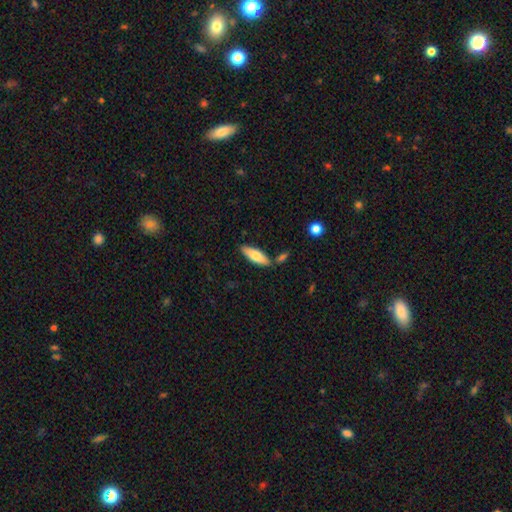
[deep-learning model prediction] Q: Smooth or featured?
A: smooth (71%); runner-up: featured or disk (24%)
Q: How rounded?
A: in between (55%); runner-up: cigar-shaped (43%)
Q: Merging?
A: none (77%); runner-up: minor disturbance (13%)